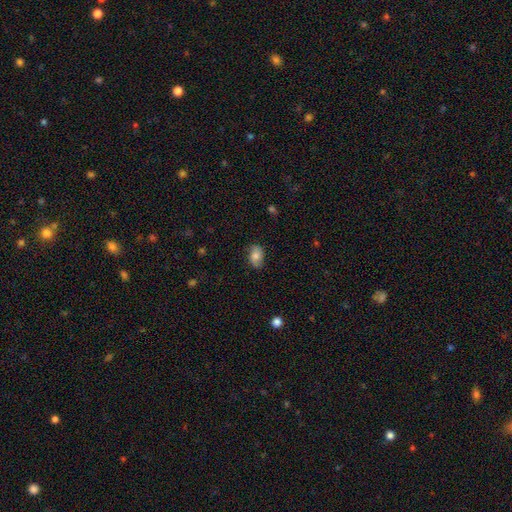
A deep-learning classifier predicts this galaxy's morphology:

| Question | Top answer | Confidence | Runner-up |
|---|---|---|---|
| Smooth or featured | smooth | 76% | featured or disk (15%) |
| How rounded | in between | 85% | round (14%) |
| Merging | none | 78% | minor disturbance (17%) |